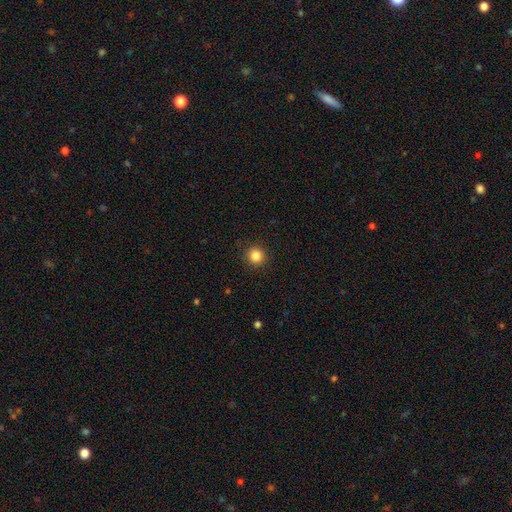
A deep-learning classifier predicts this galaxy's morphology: Smooth or featured? Predicted: smooth (p=0.85). How rounded? Predicted: round (p=0.94). Merging? Predicted: none (p=0.92).